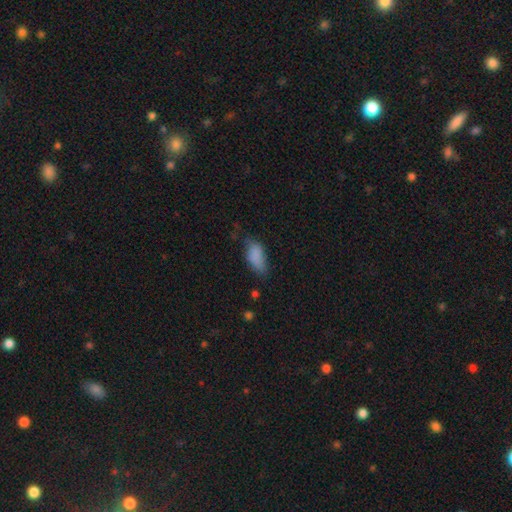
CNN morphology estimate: Smooth or featured: smooth — 83% (star or artifact — 9%)
How rounded: in between — 88% (cigar-shaped — 8%)
Merging: none — 51% (minor disturbance — 34%)